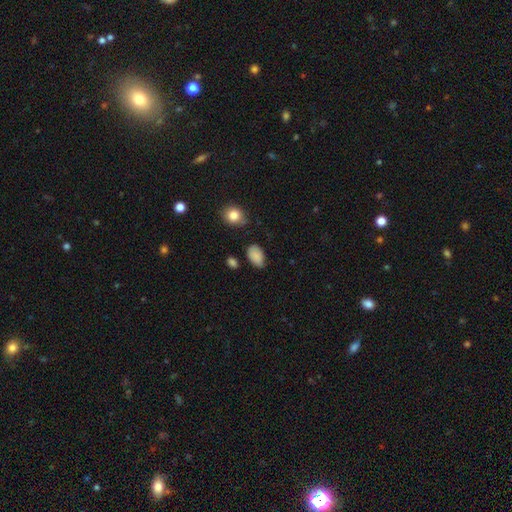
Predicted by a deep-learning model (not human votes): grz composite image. It shows a smooth galaxy with no disk features (86%) that is in between round and cigar-shaped (88%). Merging: none (67%).